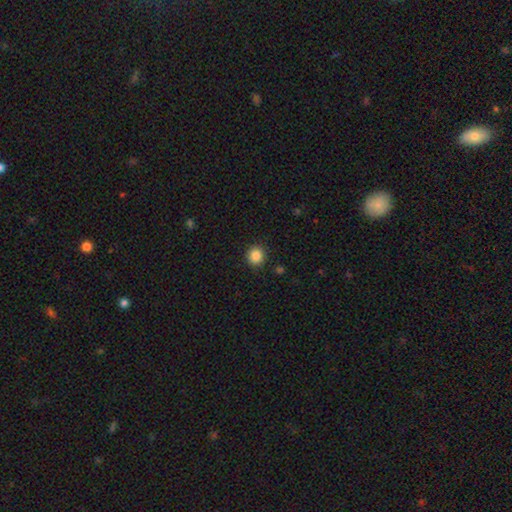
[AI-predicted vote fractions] smooth 87%, star or artifact 10%, featured or disk 3%. Down the decision tree: how rounded — round (90%); merging — none (91%).